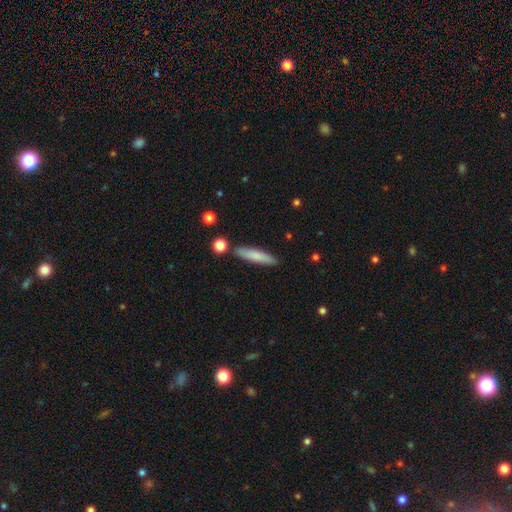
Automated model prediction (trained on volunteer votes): Overall: smooth (77%). How rounded: cigar-shaped (85%). Merging: none (84%).